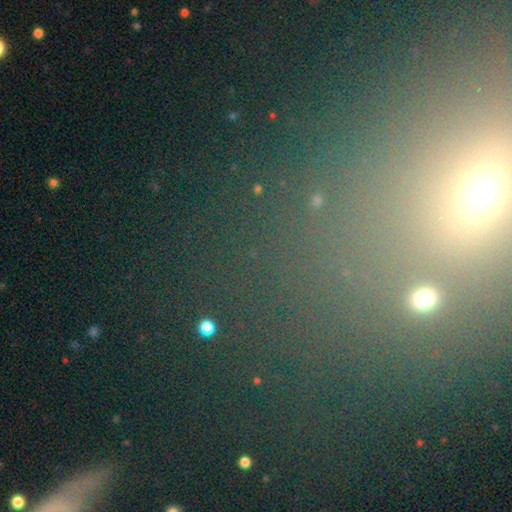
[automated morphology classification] Q: Smooth or featured?
A: star or artifact (63%); runner-up: smooth (27%)